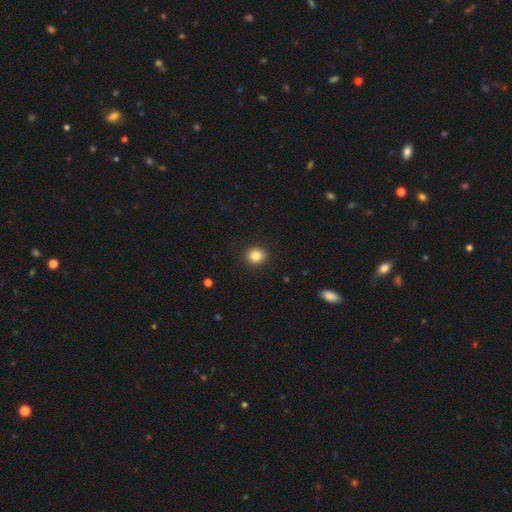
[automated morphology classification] Smooth or featured: smooth — 85% (star or artifact — 10%)
How rounded: round — 89% (in between — 10%)
Merging: none — 92% (minor disturbance — 5%)